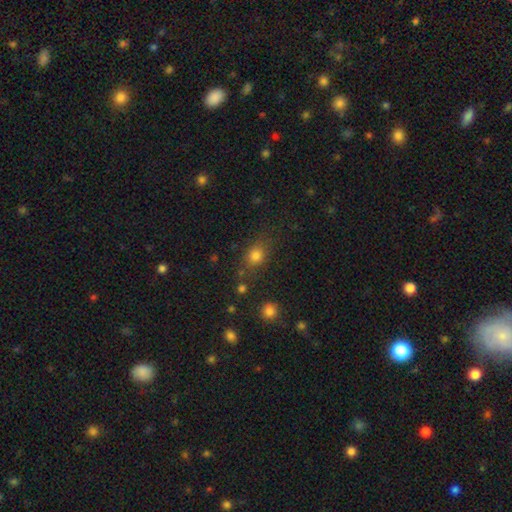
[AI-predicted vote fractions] This is likely a smooth galaxy (79%). How rounded: possibly round (57%). Merging: likely none (72%).